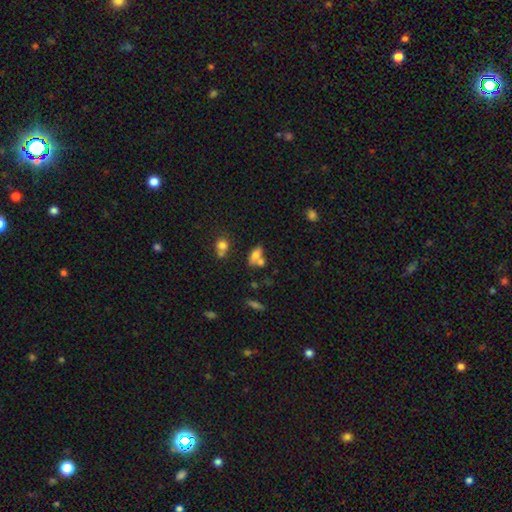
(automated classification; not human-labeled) This appears to be a smooth galaxy with no disk features (67%) that is in between round and cigar-shaped (79%). Merging: merger (43%).